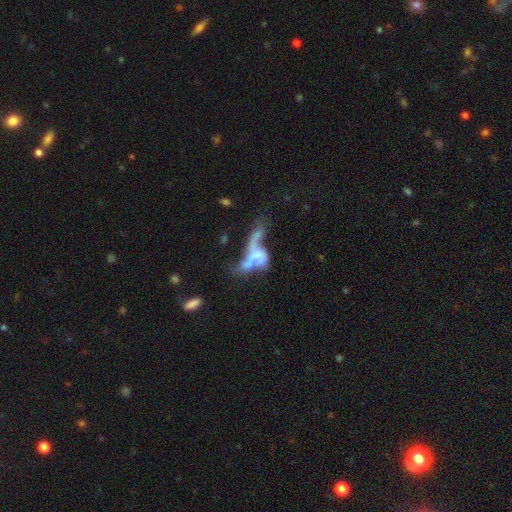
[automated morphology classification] This appears to be a featured or disk galaxy (54%). Merging: merger (53%).